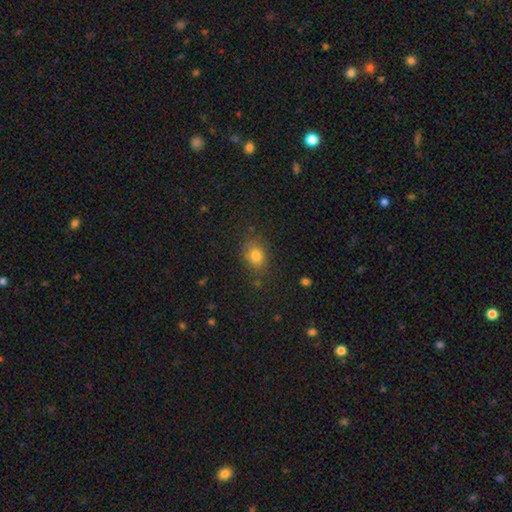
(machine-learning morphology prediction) A smooth galaxy with no disk features (81%) that is in between round and cigar-shaped (58%). Merging: none (74%).